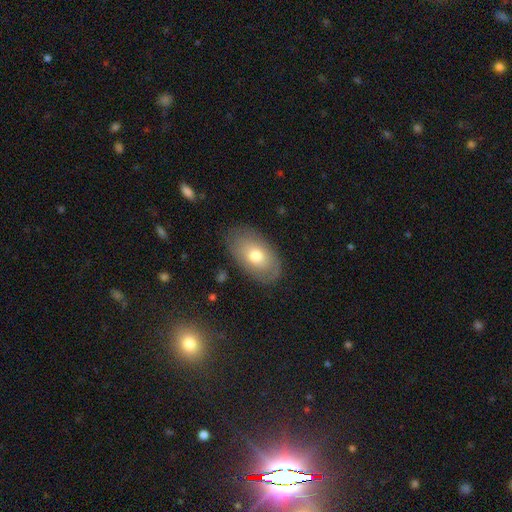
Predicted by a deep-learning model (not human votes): smooth_or_featured: smooth (p=0.70) [alt: featured or disk p=0.23]
how_rounded: in between (p=0.92) [alt: round p=0.07]
merging: none (p=0.82) [alt: minor disturbance p=0.13]